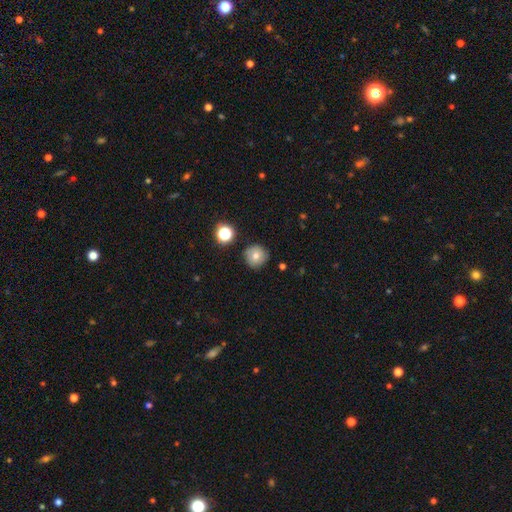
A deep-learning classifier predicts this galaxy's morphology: Smooth or featured? smooth (71%)
How rounded? round (94%)
Merging? none (86%)